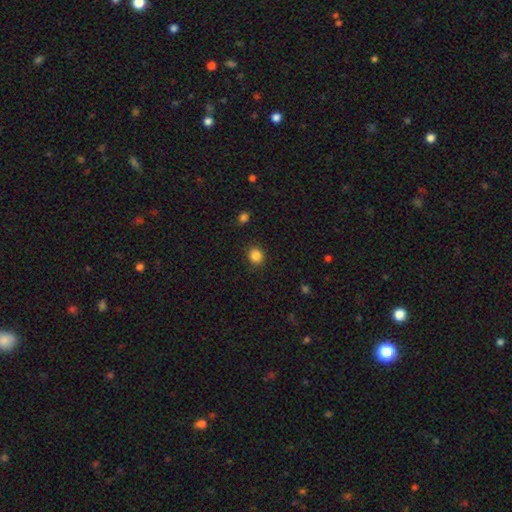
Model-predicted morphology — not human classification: The model was most divided on "smooth or featured": smooth: 85%, star or artifact: 11%, featured or disk: 4%. More confident: merging — none (90%); how rounded — round (87%).